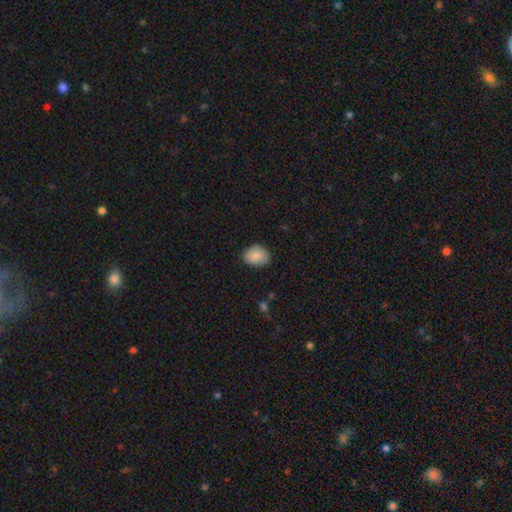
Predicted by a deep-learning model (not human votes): The model was most divided on "how rounded": in between: 61%, round: 38%, cigar-shaped: 1%. More confident: smooth or featured — smooth (88%); merging — none (80%).